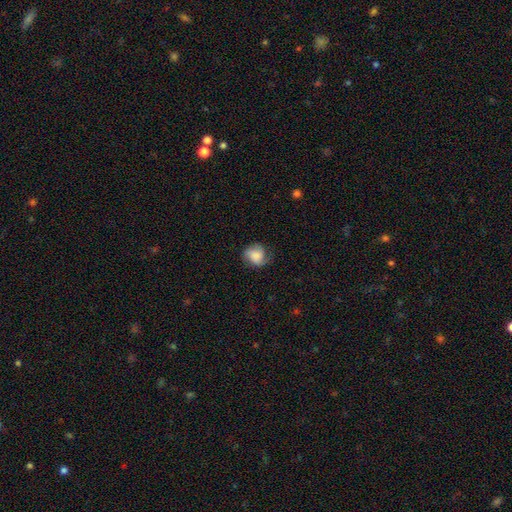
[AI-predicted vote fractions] This appears to be a smooth galaxy with no disk features (55%) that is round (73%). Merging: none (66%).